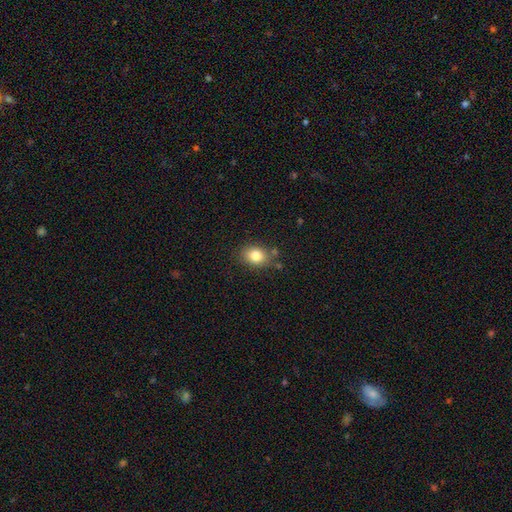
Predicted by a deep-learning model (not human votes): Smooth or featured: smooth — 82% (star or artifact — 10%)
How rounded: in between — 56% (round — 43%)
Merging: none — 76% (minor disturbance — 15%)